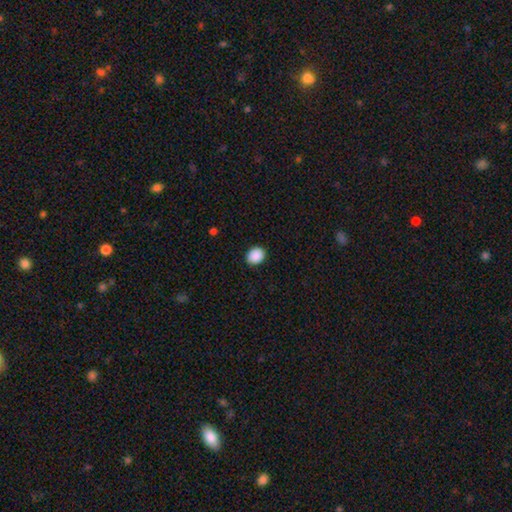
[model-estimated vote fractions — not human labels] The model was most divided on "how rounded": round: 57%, in between: 42%, cigar-shaped: 1%. More confident: smooth or featured — smooth (90%); merging — none (89%).